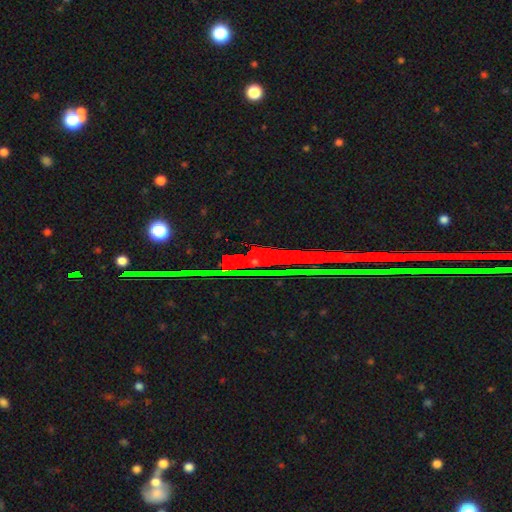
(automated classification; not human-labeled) star or artifact 80%, featured or disk 12%, smooth 8%.